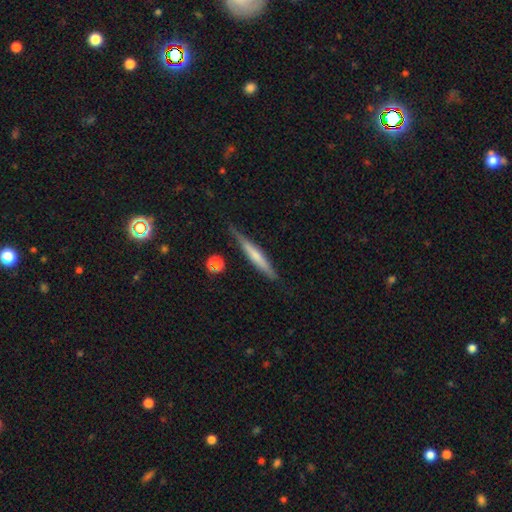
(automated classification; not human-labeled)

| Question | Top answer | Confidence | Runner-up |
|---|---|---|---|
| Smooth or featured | smooth | 49% | featured or disk (45%) |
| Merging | none | 79% | minor disturbance (16%) |